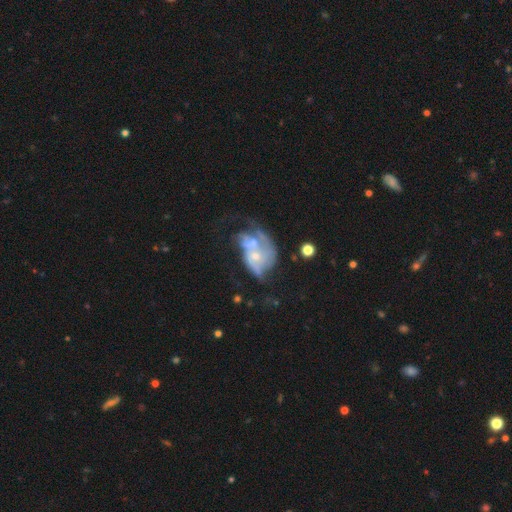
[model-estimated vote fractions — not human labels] Smooth or featured?
  - featured or disk: 75% *
  - smooth: 17%
  - star or artifact: 8%
Edge-on disk?
  - no: 97% *
  - yes: 3%
Bar?
  - no: 75% *
  - weak: 21%
  - strong: 4%
Spiral arms?
  - yes: 75% *
  - no: 25%
Spiral winding?
  - medium: 41% *
  - loose: 32%
  - tight: 27%
Spiral arm count?
  - 2: 39% *
  - can't tell: 28%
  - 1: 14%
  - 3: 13%
  - 4: 4%
  - more than 4: 3%
Bulge size?
  - small: 58% *
  - moderate: 34%
  - none: 5%
  - large: 2%
  - dominant: 1%
Merging?
  - merger: 38% *
  - major disturbance: 27%
  - none: 21%
  - minor disturbance: 14%